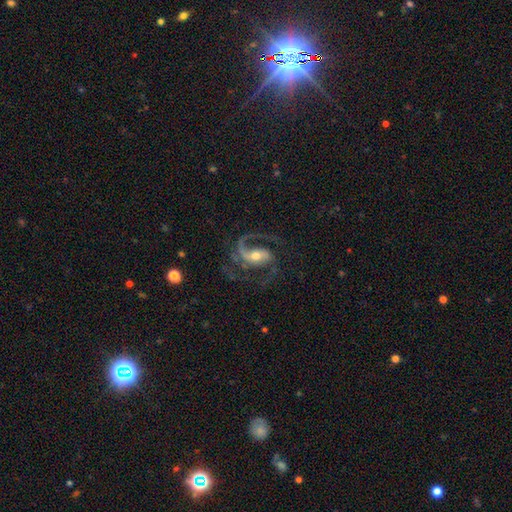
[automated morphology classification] Smooth or featured? Predicted: featured or disk (p=0.90). Edge-on disk? Predicted: no (p=0.97). Bar? Predicted: weak (p=0.40). Spiral arms? Predicted: yes (p=0.97). Spiral winding? Predicted: medium (p=0.56). Spiral arm count? Predicted: 2 (p=0.67). Bulge size? Predicted: moderate (p=0.57). Merging? Predicted: none (p=0.63).